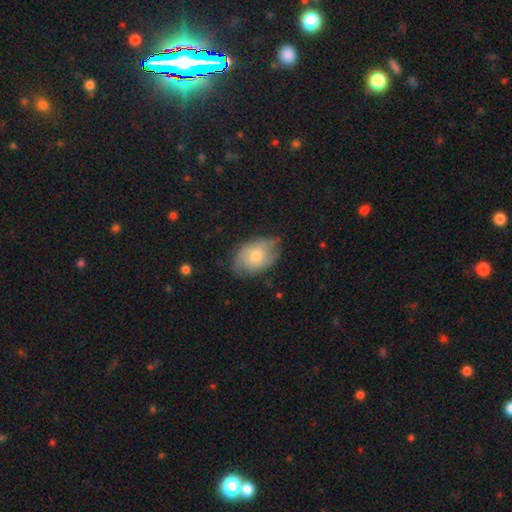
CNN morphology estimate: This is possibly a featured or disk galaxy (48%). Merging: likely none (61%).